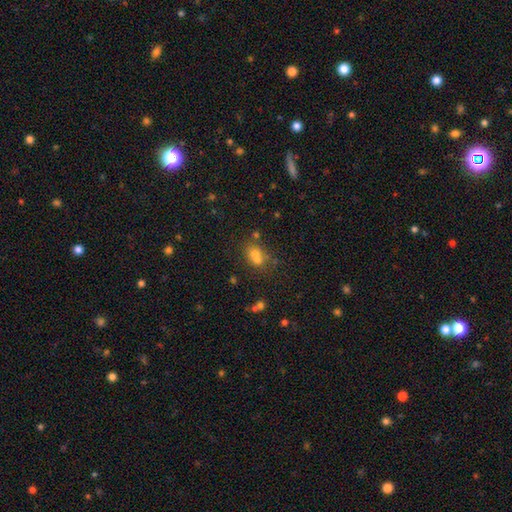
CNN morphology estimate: Smooth or featured? smooth (63%)
How rounded? in between (56%)
Merging? none (42%)